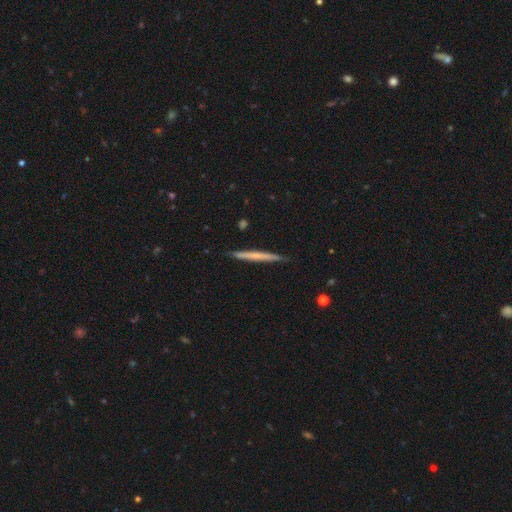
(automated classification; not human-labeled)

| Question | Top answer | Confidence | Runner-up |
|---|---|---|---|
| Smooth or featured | smooth | 50% | featured or disk (44%) |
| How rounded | cigar-shaped | 97% | in between (2%) |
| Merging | none | 90% | minor disturbance (8%) |